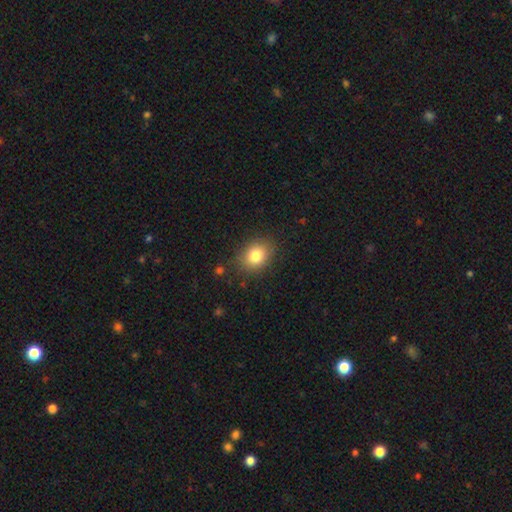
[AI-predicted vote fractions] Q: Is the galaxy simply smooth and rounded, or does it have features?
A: smooth — 81%.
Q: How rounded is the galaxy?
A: in between — 55%.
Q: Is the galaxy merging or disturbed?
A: none — 83%.